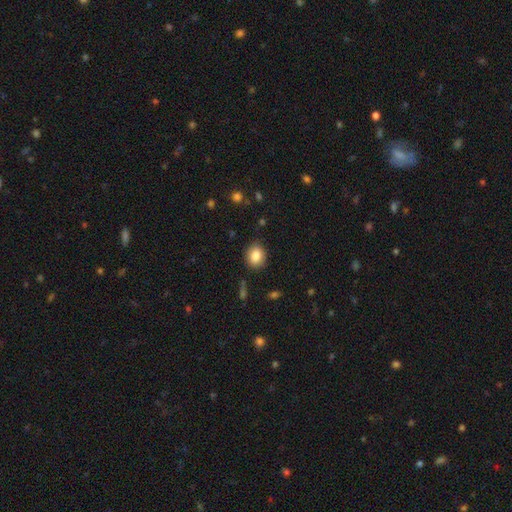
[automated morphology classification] Smooth or featured? smooth (83%)
How rounded? round (59%)
Merging? none (86%)